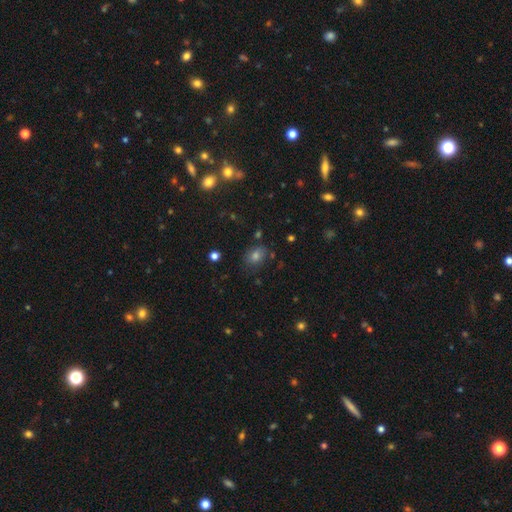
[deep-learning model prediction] Smooth or featured: smooth — 68% (star or artifact — 21%)
How rounded: in between — 58% (round — 41%)
Merging: none — 78% (minor disturbance — 14%)